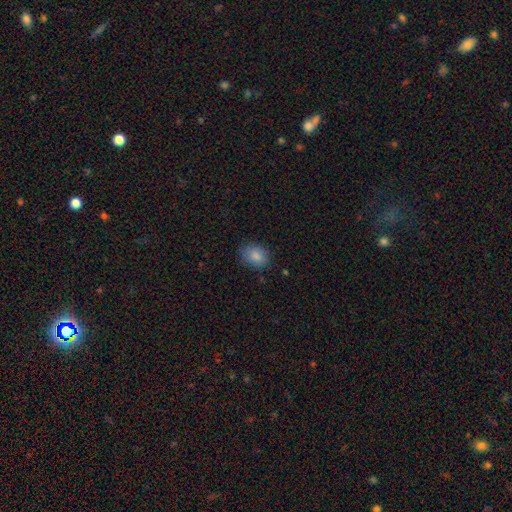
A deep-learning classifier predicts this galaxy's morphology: A smooth galaxy with no disk features (86%) that is in between round and cigar-shaped (60%). Merging: none (81%).